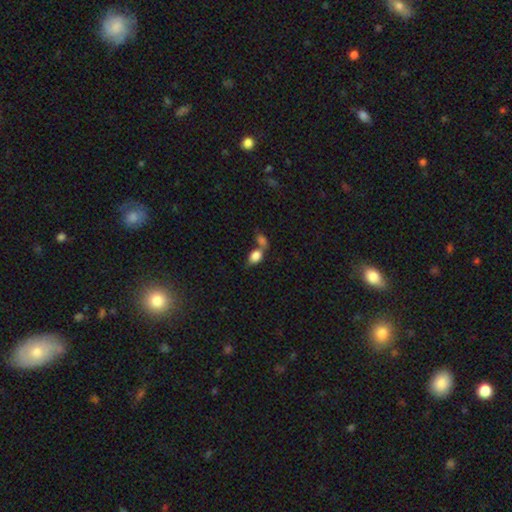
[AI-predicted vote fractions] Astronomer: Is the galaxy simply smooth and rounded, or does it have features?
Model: smooth — 81%.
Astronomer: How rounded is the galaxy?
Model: in between — 81%.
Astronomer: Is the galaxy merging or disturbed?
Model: merger — 54%.